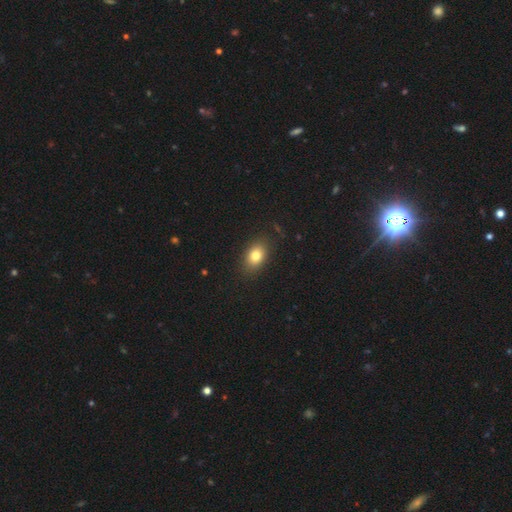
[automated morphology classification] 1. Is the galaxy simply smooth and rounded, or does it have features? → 80% smooth, 10% star or artifact, 10% featured or disk.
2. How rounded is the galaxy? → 78% in between, 20% round, 2% cigar-shaped.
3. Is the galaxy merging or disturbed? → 85% none, 10% minor disturbance, 3% major disturbance, 1% merger.